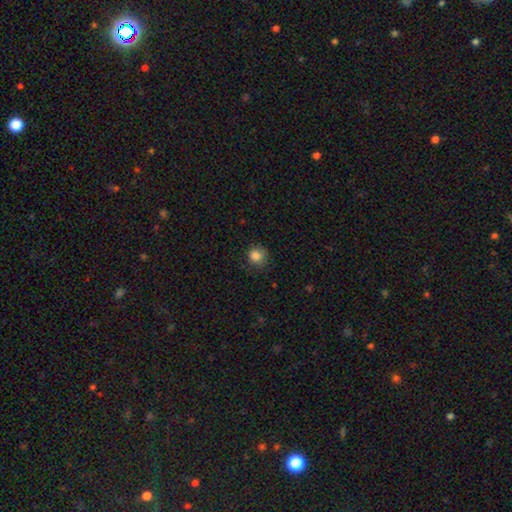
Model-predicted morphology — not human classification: This appears to be a smooth galaxy with no disk features (85%) that is round (89%). Merging: none (77%).